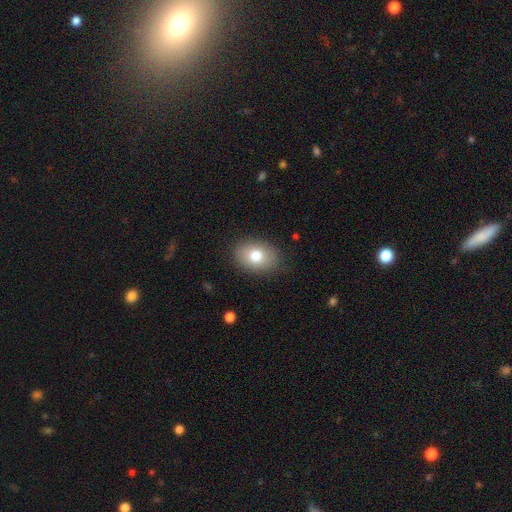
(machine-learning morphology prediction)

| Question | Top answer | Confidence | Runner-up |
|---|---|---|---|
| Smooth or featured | smooth | 77% | featured or disk (14%) |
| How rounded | in between | 74% | round (25%) |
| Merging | none | 84% | minor disturbance (12%) |